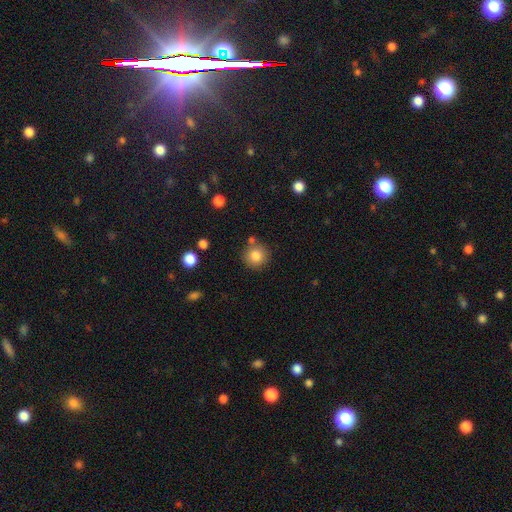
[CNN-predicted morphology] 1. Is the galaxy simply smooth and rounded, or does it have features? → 83% smooth, 10% star or artifact, 8% featured or disk.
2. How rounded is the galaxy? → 93% round, 6% in between, 1% cigar-shaped.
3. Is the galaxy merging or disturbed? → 78% none, 9% minor disturbance, 9% merger, 3% major disturbance.